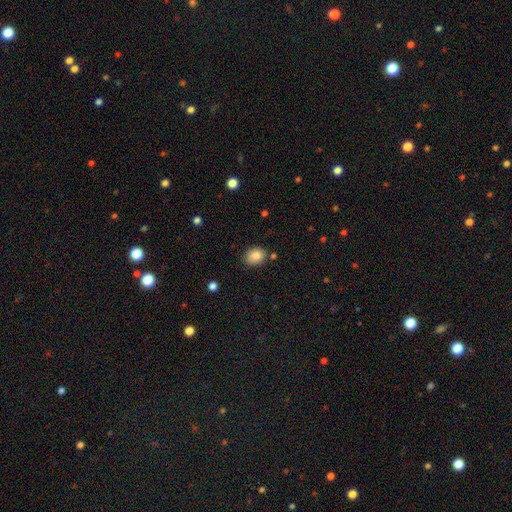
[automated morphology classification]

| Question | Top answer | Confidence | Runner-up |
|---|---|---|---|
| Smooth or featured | smooth | 84% | star or artifact (9%) |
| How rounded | in between | 58% | round (42%) |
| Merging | none | 75% | minor disturbance (18%) |